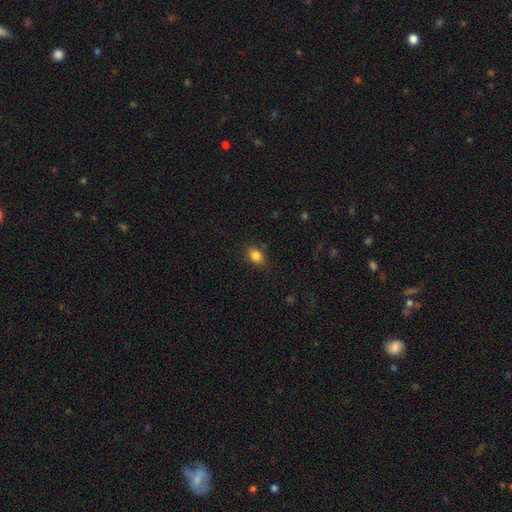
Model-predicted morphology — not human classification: A smooth galaxy with no disk features (84%) that is in between round and cigar-shaped (70%). Merging: none (83%).